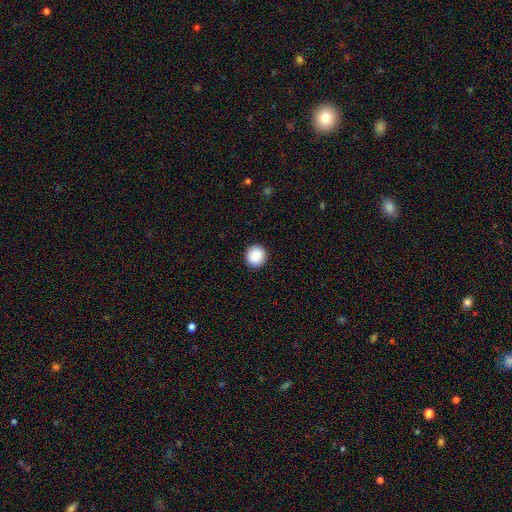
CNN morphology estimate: type=smooth (88%); roundness=round (95%); merging=none (93%).